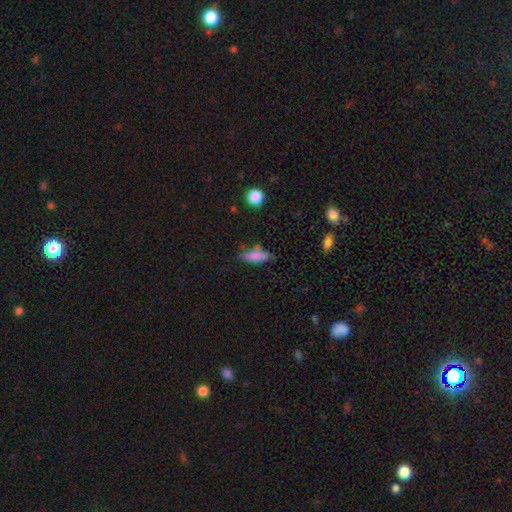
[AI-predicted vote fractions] Smooth or featured? Predicted: smooth (p=0.79). How rounded? Predicted: in between (p=0.53). Merging? Predicted: none (p=0.68).